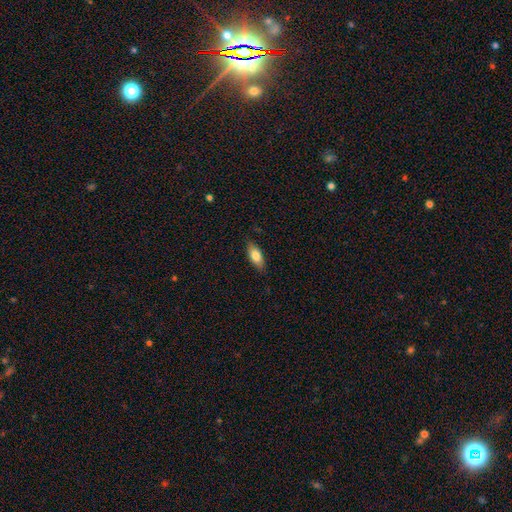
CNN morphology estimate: Smooth or featured?
  - smooth: 78% *
  - featured or disk: 15%
  - star or artifact: 7%
How rounded?
  - in between: 82% *
  - cigar-shaped: 16%
  - round: 3%
Merging?
  - none: 84% *
  - minor disturbance: 13%
  - major disturbance: 2%
  - merger: 1%